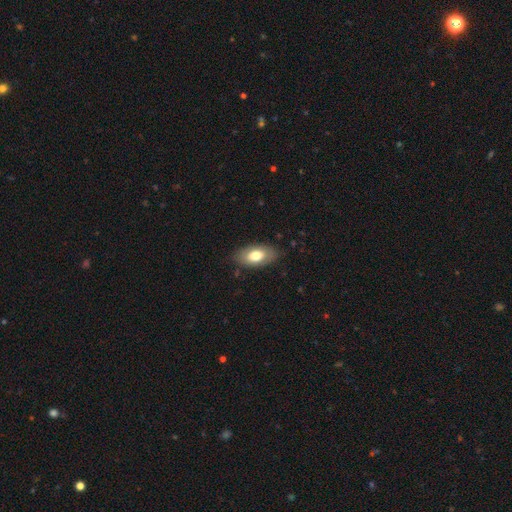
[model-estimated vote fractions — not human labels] This appears to be a smooth galaxy with no disk features (70%) that is in between round and cigar-shaped (92%). Merging: none (82%).